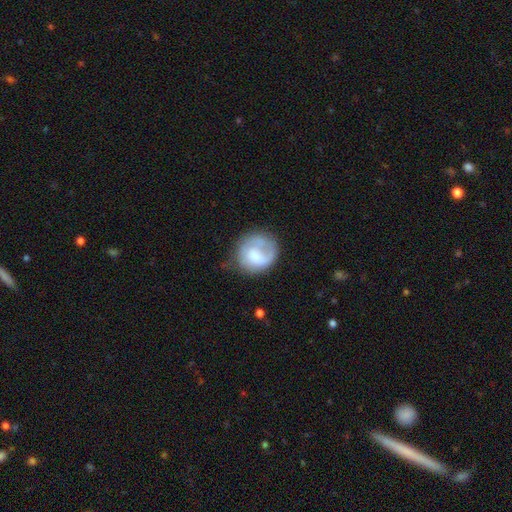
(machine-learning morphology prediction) smooth 54%, featured or disk 39%, star or artifact 7%. Down the decision tree: how rounded — round (80%); merging — none (51%).